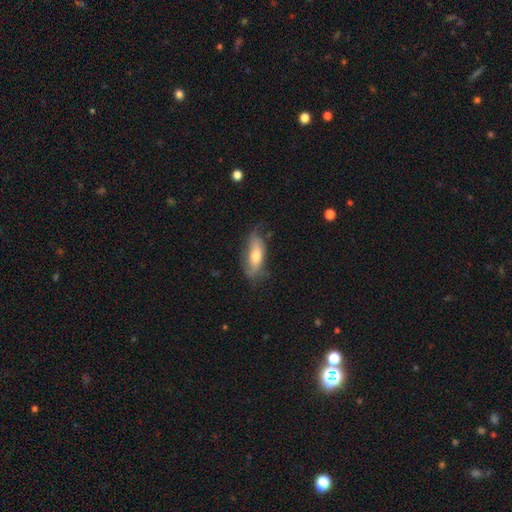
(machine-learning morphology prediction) smooth 57%, featured or disk 36%, star or artifact 7%. Down the decision tree: how rounded — in between (73%); merging — none (58%).